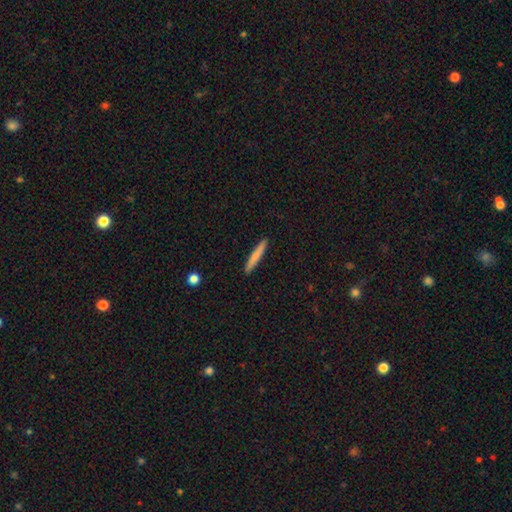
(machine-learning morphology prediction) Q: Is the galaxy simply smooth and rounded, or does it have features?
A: smooth — 75%.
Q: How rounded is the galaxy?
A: cigar-shaped — 95%.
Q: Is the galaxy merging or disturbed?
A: none — 92%.